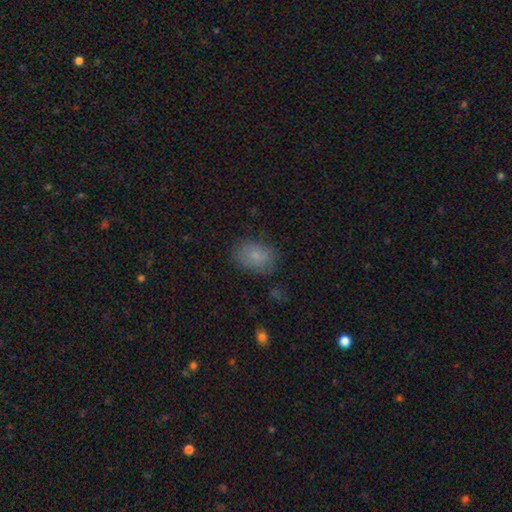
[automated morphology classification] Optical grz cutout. It shows a smooth galaxy with no disk features (80%) that is in between round and cigar-shaped (78%). Merging: none (75%).